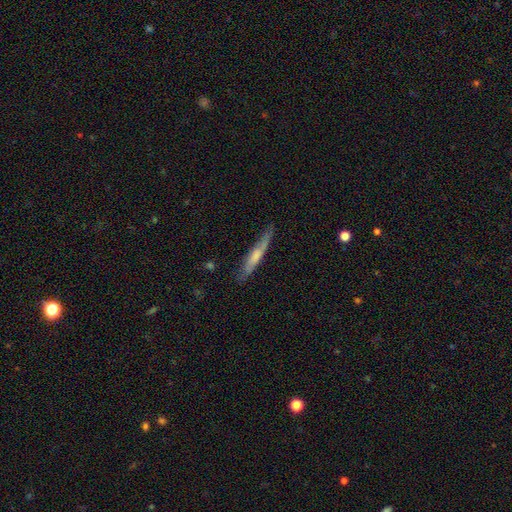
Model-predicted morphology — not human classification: Smooth or featured? smooth (51%)
How rounded? cigar-shaped (93%)
Merging? none (79%)